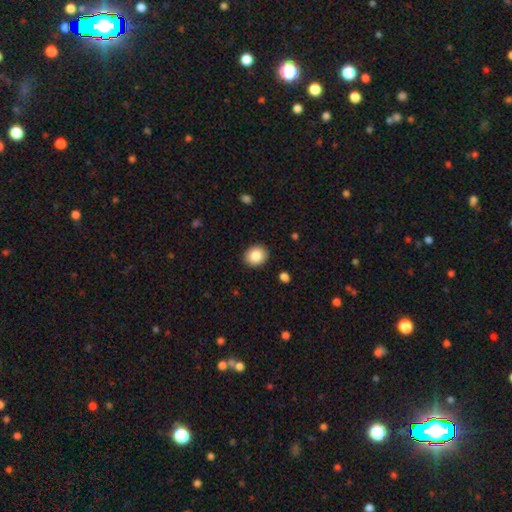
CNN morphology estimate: Smooth or featured? smooth (85%)
How rounded? round (69%)
Merging? none (90%)